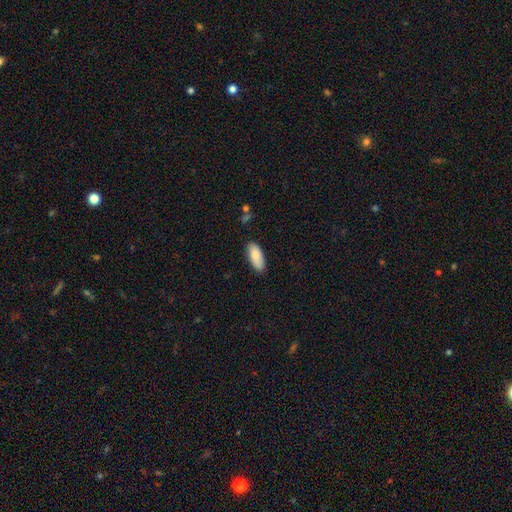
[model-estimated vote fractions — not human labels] This is clearly a smooth galaxy (86%). How rounded: clearly in between (85%). Merging: clearly none (84%).